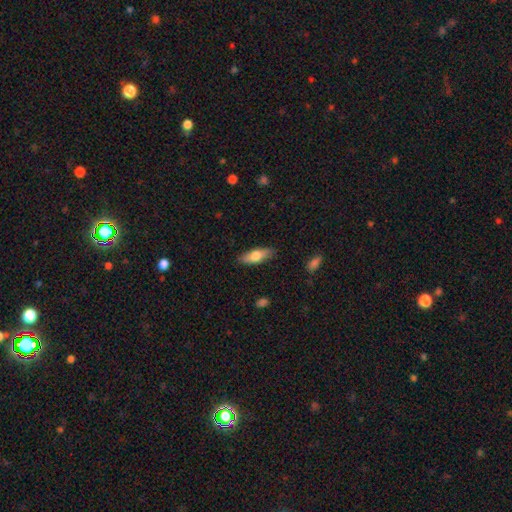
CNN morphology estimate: Smooth or featured? Predicted: smooth (p=0.68). How rounded? Predicted: in between (p=0.60). Merging? Predicted: none (p=0.86).